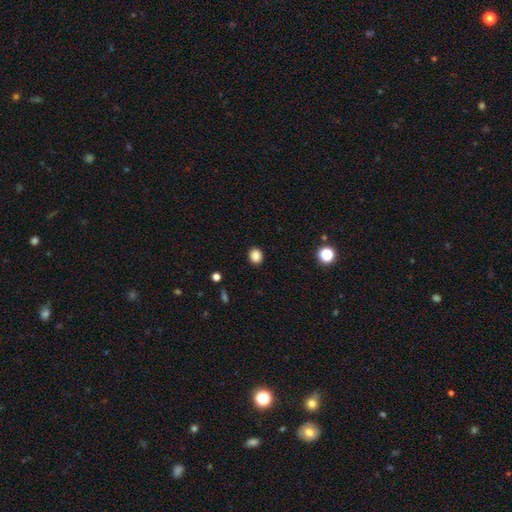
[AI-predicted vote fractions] The model was most divided on "how rounded": round: 73%, in between: 27%, cigar-shaped: 1%. More confident: merging — none (91%); smooth or featured — smooth (85%).